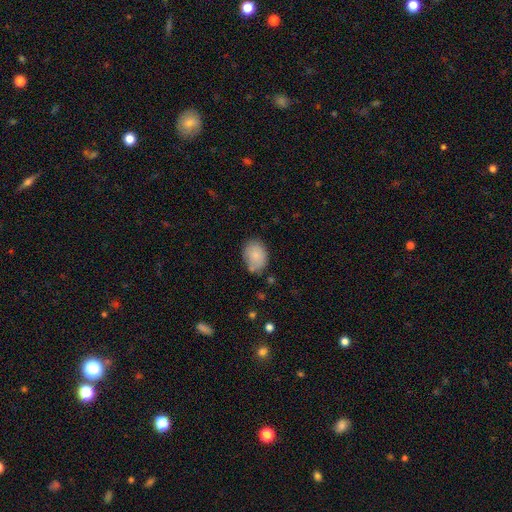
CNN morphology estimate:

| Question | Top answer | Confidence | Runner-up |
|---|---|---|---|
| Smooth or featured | smooth | 84% | featured or disk (9%) |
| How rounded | in between | 72% | round (27%) |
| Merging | none | 72% | minor disturbance (20%) |